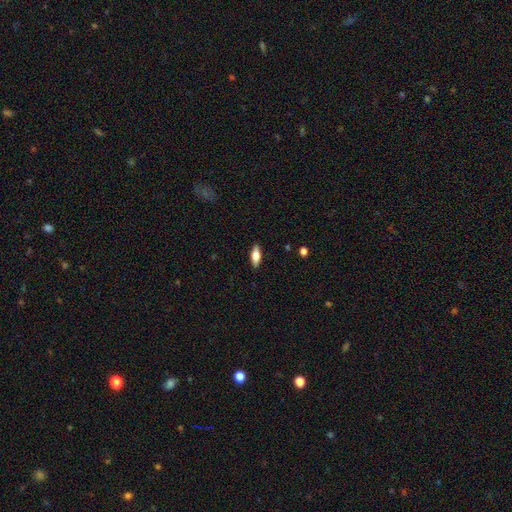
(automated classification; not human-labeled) Smooth or featured? Predicted: smooth (p=0.60). How rounded? Predicted: in between (p=0.68). Merging? Predicted: none (p=0.88).